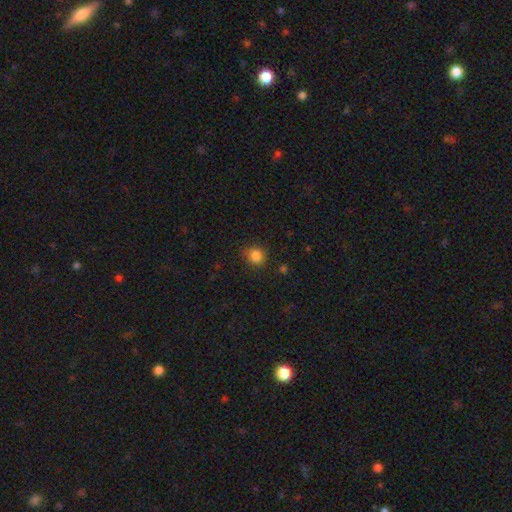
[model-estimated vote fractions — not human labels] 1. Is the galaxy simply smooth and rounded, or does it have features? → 84% smooth, 12% star or artifact, 4% featured or disk.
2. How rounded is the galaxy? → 85% round, 14% in between, 1% cigar-shaped.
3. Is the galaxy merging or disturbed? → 82% none, 13% minor disturbance, 3% major disturbance, 2% merger.